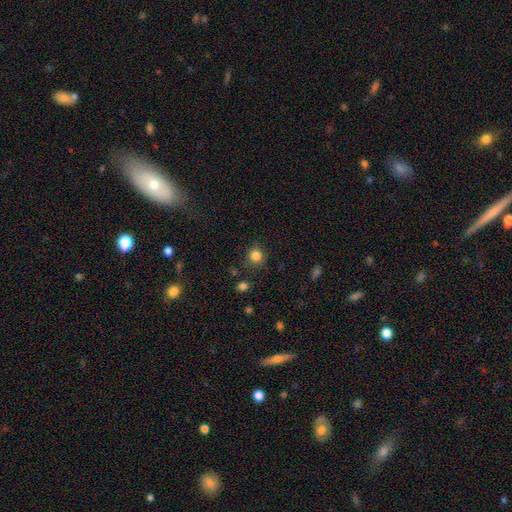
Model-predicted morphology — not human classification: Smooth or featured? smooth (83%)
How rounded? round (89%)
Merging? none (85%)